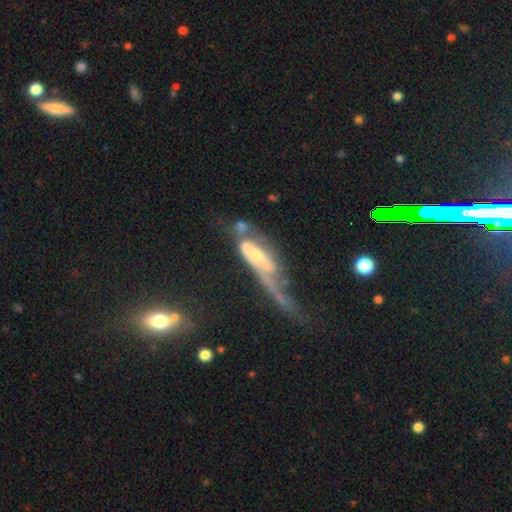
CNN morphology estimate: Q: Smooth or featured?
A: featured or disk (58%); runner-up: smooth (33%)
Q: Edge-on disk?
A: no (73%); runner-up: yes (27%)
Q: Merging?
A: major disturbance (51%); runner-up: merger (22%)